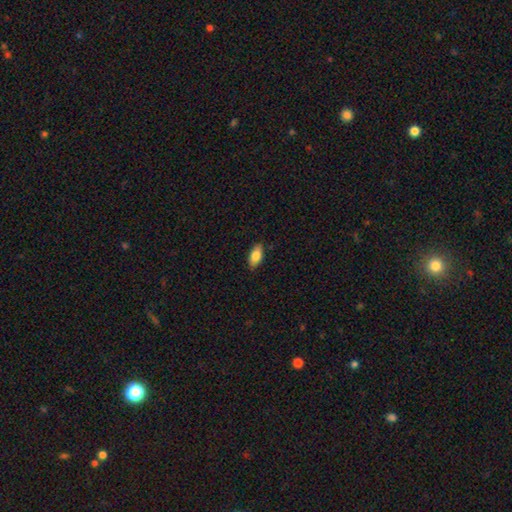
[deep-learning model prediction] A smooth galaxy with no disk features (82%) that is in between round and cigar-shaped (90%).

Vote fractions:
- Smooth or featured? smooth: 82% / featured or disk: 11% / star or artifact: 7%
- How rounded? in between: 90% / cigar-shaped: 7% / round: 3%
- Merging? none: 86% / minor disturbance: 11% / major disturbance: 2% / merger: 1%